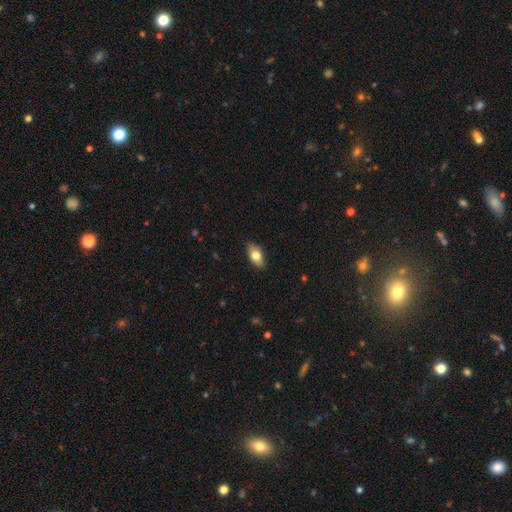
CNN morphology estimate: Smooth or featured?
  - smooth: 73% *
  - featured or disk: 20%
  - star or artifact: 7%
How rounded?
  - in between: 87% *
  - cigar-shaped: 7%
  - round: 5%
Merging?
  - none: 85% *
  - minor disturbance: 12%
  - major disturbance: 2%
  - merger: 1%